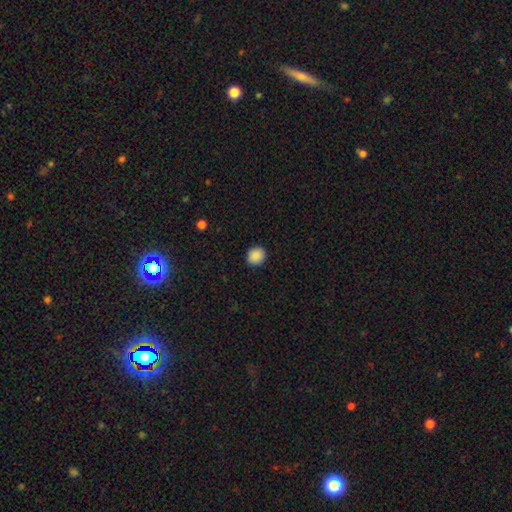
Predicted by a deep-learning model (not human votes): Smooth or featured? smooth (89%)
How rounded? round (83%)
Merging? none (92%)